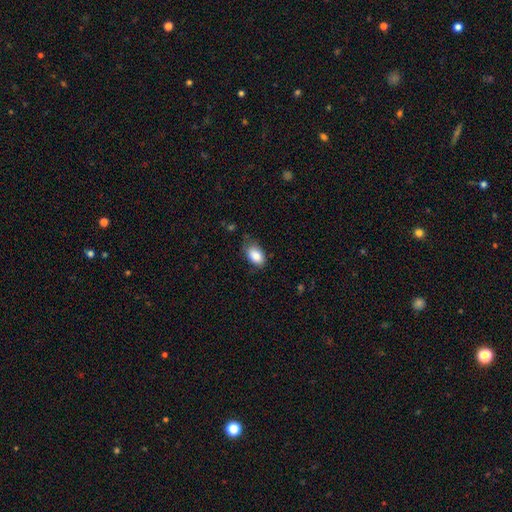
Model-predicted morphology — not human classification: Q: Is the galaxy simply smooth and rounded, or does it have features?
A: smooth — 86%.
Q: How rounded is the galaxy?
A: in between — 90%.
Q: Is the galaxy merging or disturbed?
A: none — 68%.